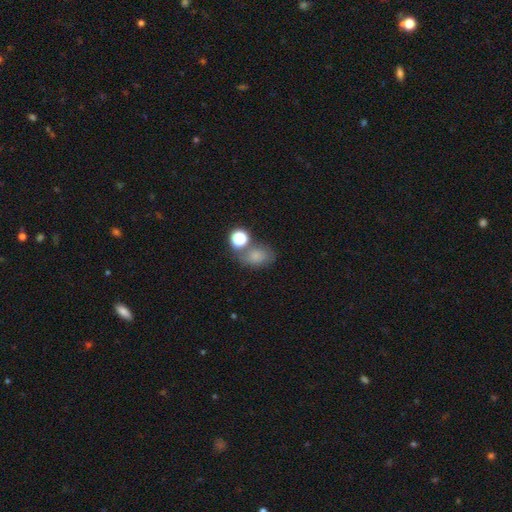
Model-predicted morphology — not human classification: A smooth galaxy with no disk features (72%) that is in between round and cigar-shaped (70%).

Vote fractions:
- Smooth or featured? smooth: 72% / star or artifact: 16% / featured or disk: 13%
- How rounded? in between: 70% / round: 29% / cigar-shaped: 1%
- Merging? none: 53% / merger: 21% / minor disturbance: 18% / major disturbance: 8%